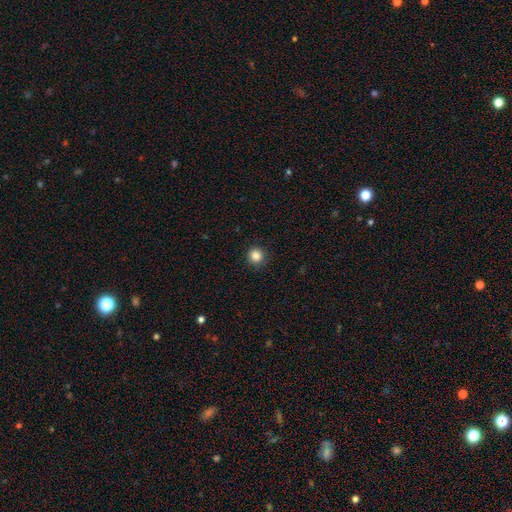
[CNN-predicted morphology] Q: Smooth or featured?
A: smooth (86%); runner-up: star or artifact (11%)
Q: How rounded?
A: round (95%); runner-up: in between (4%)
Q: Merging?
A: none (91%); runner-up: minor disturbance (6%)